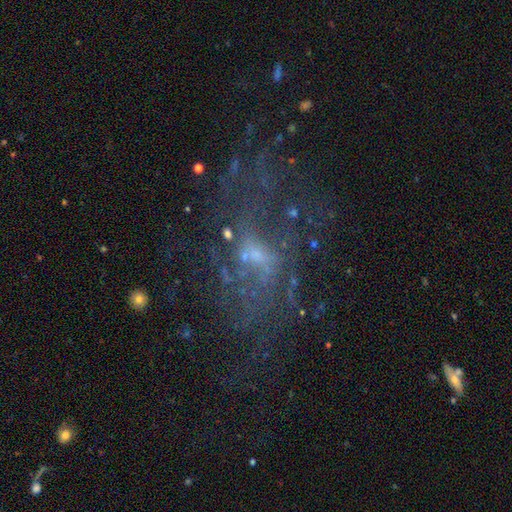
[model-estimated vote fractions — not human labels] Smooth or featured: featured or disk — 61% (star or artifact — 24%)
Edge-on disk: no — 96% (yes — 4%)
Bar: no — 60% (weak — 30%)
Spiral arms: no — 53% (yes — 47%)
Bulge size: small — 52% (none — 30%)
Merging: none — 44% (major disturbance — 33%)